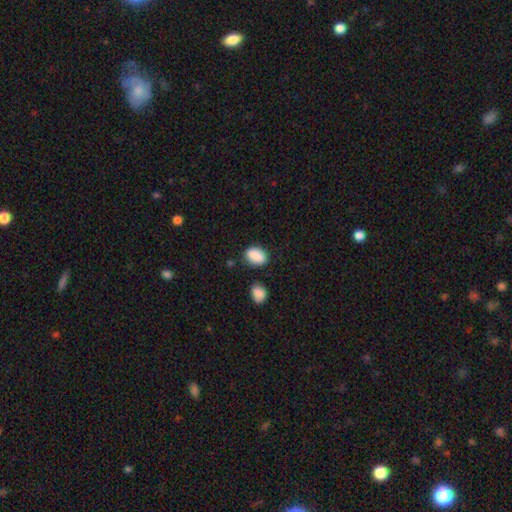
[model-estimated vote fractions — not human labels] A smooth galaxy with no disk features (89%) that is in between round and cigar-shaped (82%). Merging: none (78%).